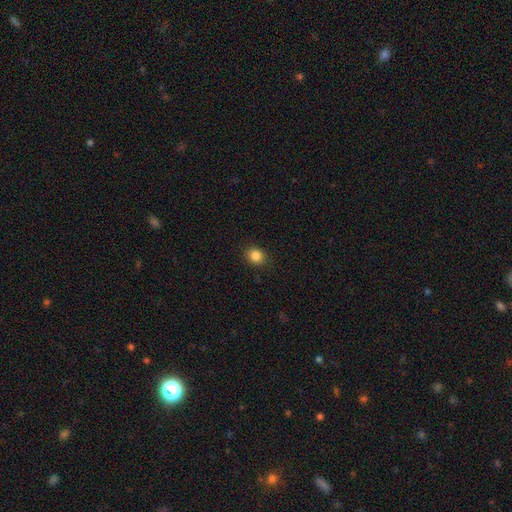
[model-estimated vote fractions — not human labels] Morphology: type=smooth (85%); roundness=round (73%); merging=none (90%).